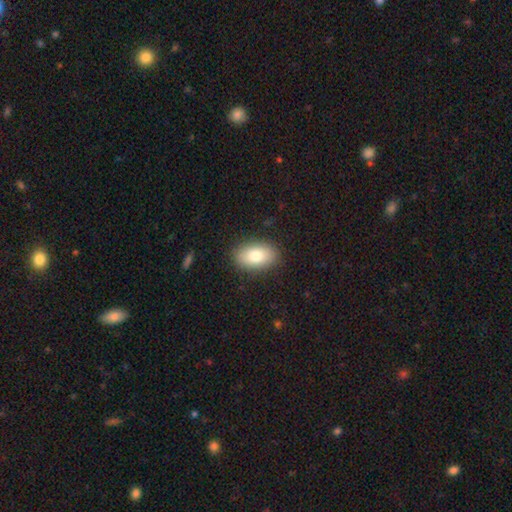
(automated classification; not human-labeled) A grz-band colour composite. It shows a smooth galaxy with no disk features (81%) that is in between round and cigar-shaped (91%). Merging: none (88%).